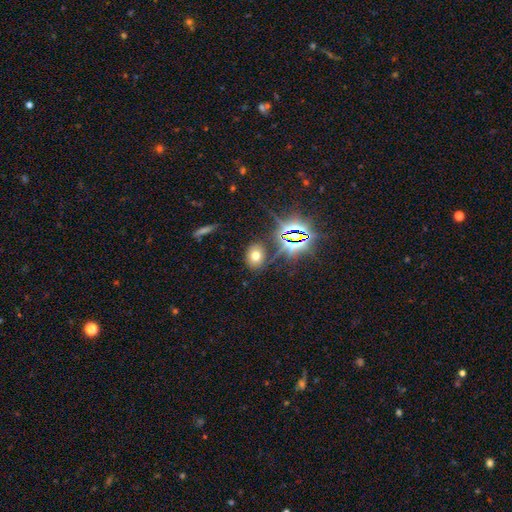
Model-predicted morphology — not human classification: A smooth galaxy with no disk features (60%) that is in between round and cigar-shaped (55%).

Vote fractions:
- Smooth or featured? smooth: 60% / star or artifact: 29% / featured or disk: 11%
- How rounded? in between: 55% / round: 43% / cigar-shaped: 2%
- Merging? none: 81% / minor disturbance: 10% / merger: 4% / major disturbance: 4%